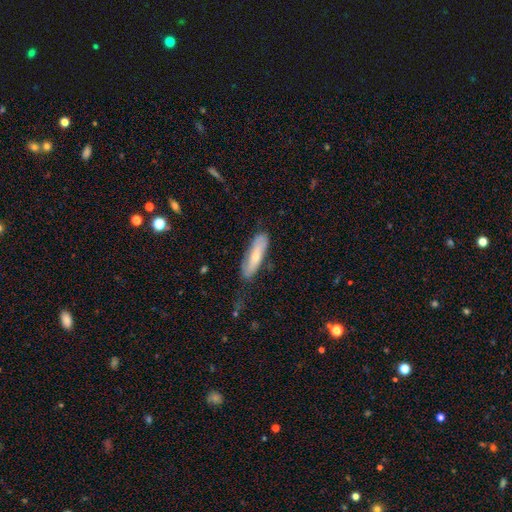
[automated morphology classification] Q: Smooth or featured?
A: smooth (56%); runner-up: featured or disk (38%)
Q: How rounded?
A: cigar-shaped (59%); runner-up: in between (39%)
Q: Merging?
A: none (69%); runner-up: minor disturbance (23%)